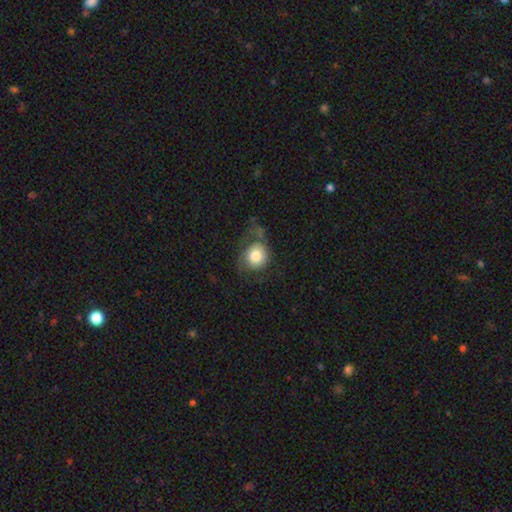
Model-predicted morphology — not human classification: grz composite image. It shows a smooth galaxy with no disk features (68%) that is round (75%). Merging: none (39%).